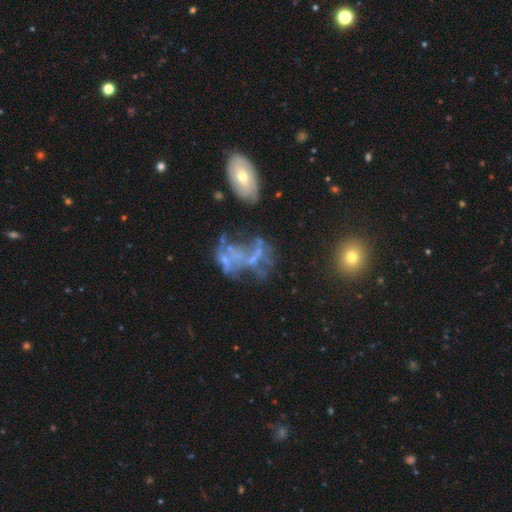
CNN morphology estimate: Overall: featured or disk (61%; star or artifact 21%). Edge-on disk: no (98%). Bar: no (87%). Spiral arms: no (88%). Bulge size: none (73%). Merging: major disturbance (32%, tied with merger).